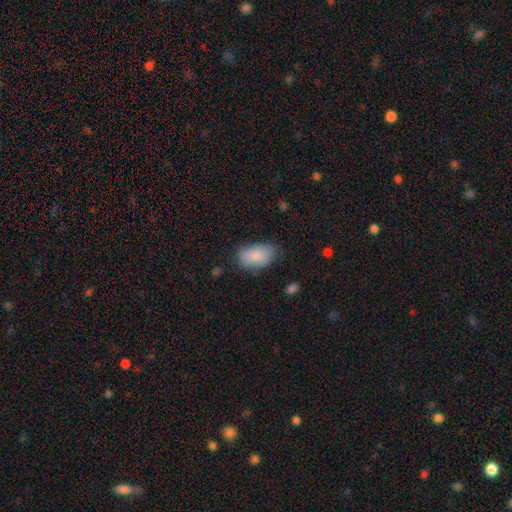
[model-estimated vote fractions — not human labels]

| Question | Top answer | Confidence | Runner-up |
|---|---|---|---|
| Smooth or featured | smooth | 86% | featured or disk (7%) |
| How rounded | in between | 92% | round (6%) |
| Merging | none | 63% | minor disturbance (29%) |